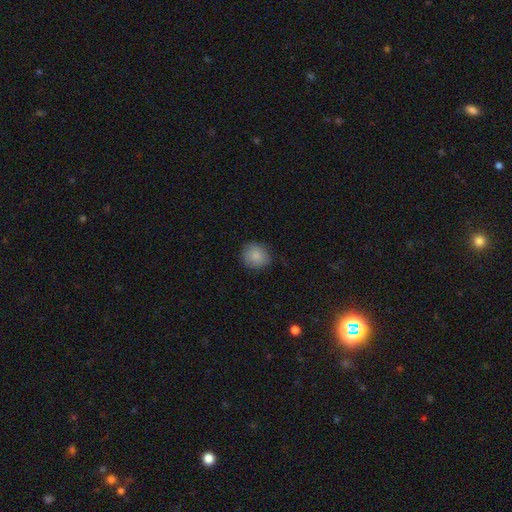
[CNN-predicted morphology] smooth 86%, star or artifact 8%, featured or disk 6%. Down the decision tree: how rounded — round (84%); merging — none (85%).